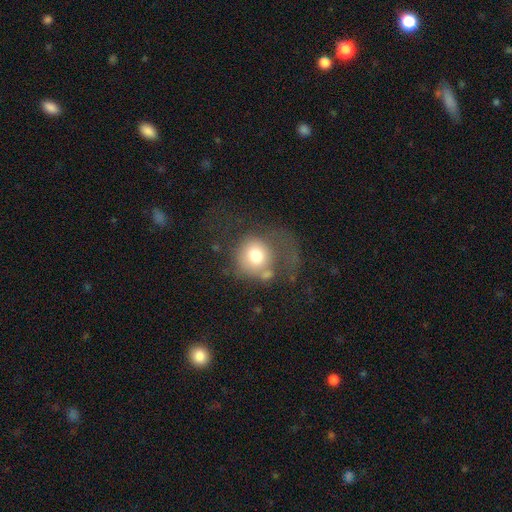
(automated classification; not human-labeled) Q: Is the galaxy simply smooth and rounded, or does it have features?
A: smooth — 70%.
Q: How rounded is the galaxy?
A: round — 84%.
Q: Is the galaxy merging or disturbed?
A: major disturbance — 42%.